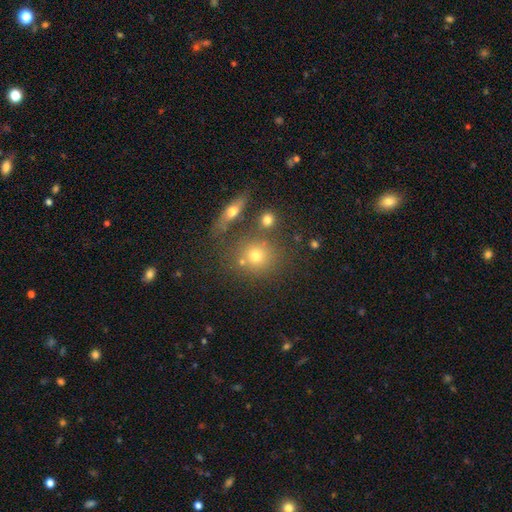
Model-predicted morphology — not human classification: Smooth or featured? smooth (67%)
How rounded? round (82%)
Merging? none (66%)